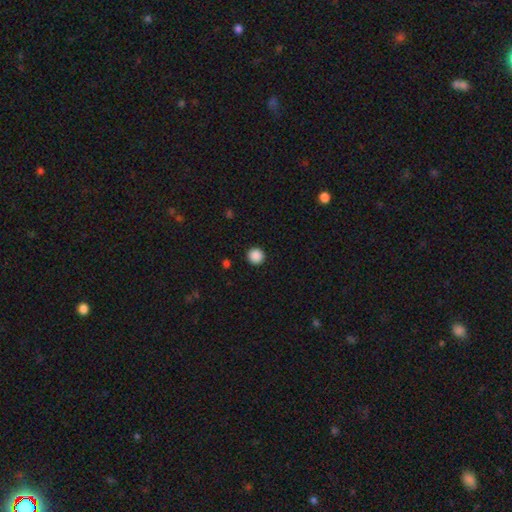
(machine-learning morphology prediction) The model was most divided on "smooth or featured": smooth: 88%, star or artifact: 10%, featured or disk: 2%. More confident: how rounded — round (96%); merging — none (93%).